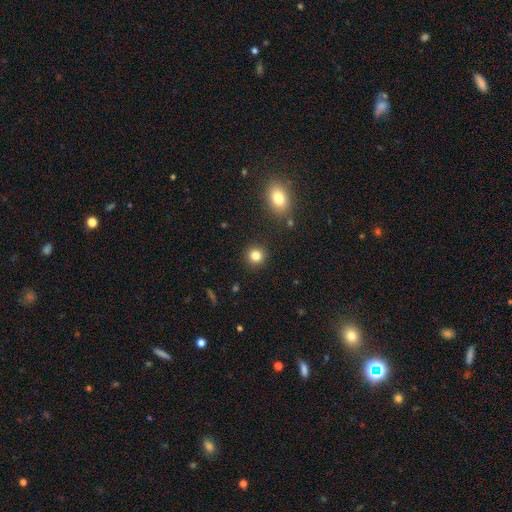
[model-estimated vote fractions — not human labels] Smooth or featured: smooth — 83% (star or artifact — 12%)
How rounded: round — 90% (in between — 9%)
Merging: none — 90% (minor disturbance — 6%)